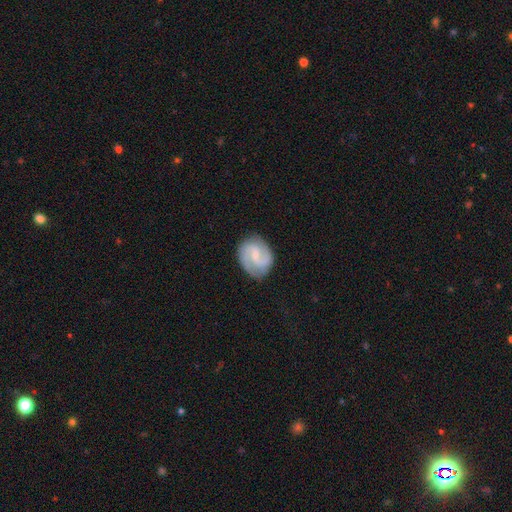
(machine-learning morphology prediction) smooth_or_featured: featured or disk (p=0.84) [alt: smooth p=0.11]
disk_edge_on: no (p=0.98) [alt: yes p=0.02]
bar: weak (p=0.57) [alt: no p=0.28]
has_spiral_arms: yes (p=0.97) [alt: no p=0.03]
spiral_winding: medium (p=0.54) [alt: tight p=0.29]
spiral_arm_count: 2 (p=0.91) [alt: can't tell p=0.03]
bulge_size: small (p=0.54) [alt: moderate p=0.24]
merging: none (p=0.81) [alt: minor disturbance p=0.14]